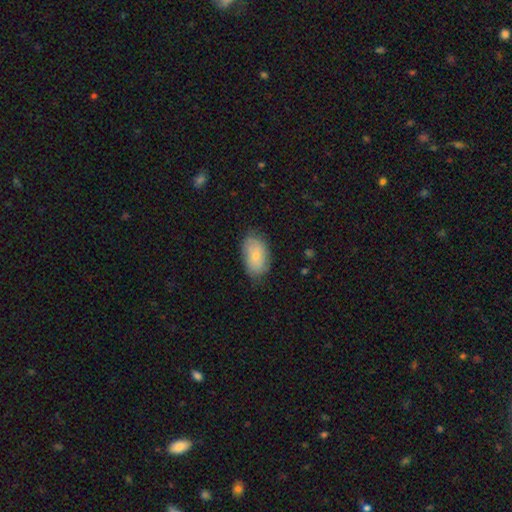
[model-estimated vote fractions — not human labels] This appears to be a smooth galaxy with no disk features (67%) that is in between round and cigar-shaped (91%). Merging: none (73%).